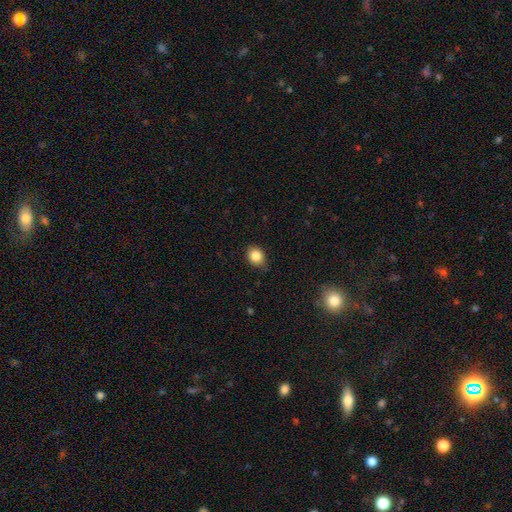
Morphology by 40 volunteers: A smooth galaxy with no disk features (80%) that is round (59%).

Vote fractions:
- Smooth or featured? smooth: 80% / star or artifact: 12% / featured or disk: 8%
- How rounded? round: 59% / in between: 41% / cigar-shaped: 0%
- Merging? none: 69% / minor disturbance: 29% / major disturbance: 3% / merger: 0%